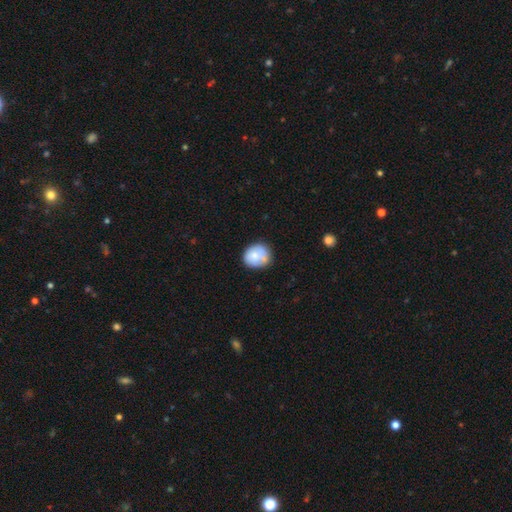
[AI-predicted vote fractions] Smooth or featured? Predicted: smooth (p=0.74). How rounded? Predicted: round (p=0.75). Merging? Predicted: none (p=0.67).